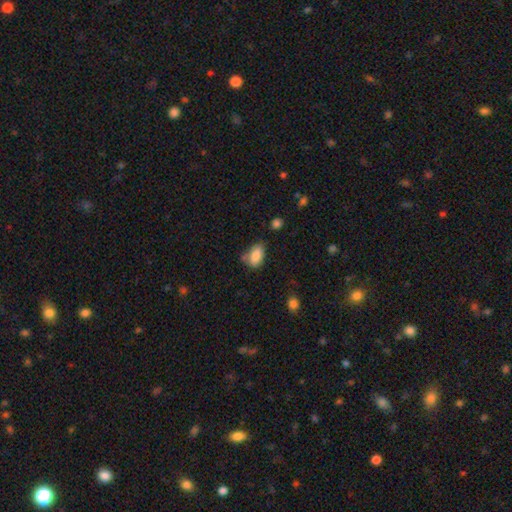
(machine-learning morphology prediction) This appears to be a smooth galaxy with no disk features (82%) that is in between round and cigar-shaped (89%). Merging: none (51%).